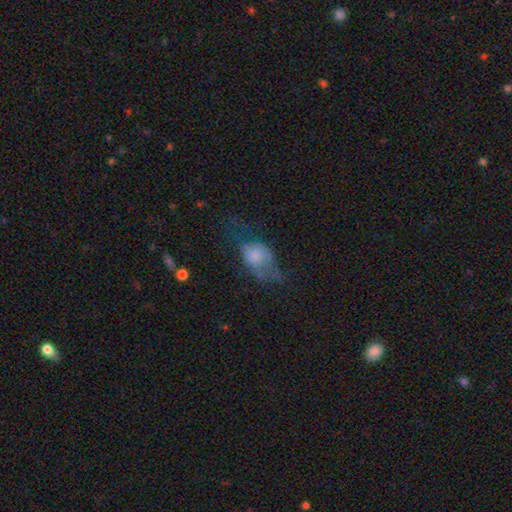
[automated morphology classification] A smooth galaxy with no disk features (62%) that is in between round and cigar-shaped (75%).

Vote fractions:
- Smooth or featured? smooth: 62% / featured or disk: 28% / star or artifact: 10%
- How rounded? in between: 75% / round: 22% / cigar-shaped: 3%
- Merging? major disturbance: 42% / minor disturbance: 28% / none: 27% / merger: 3%